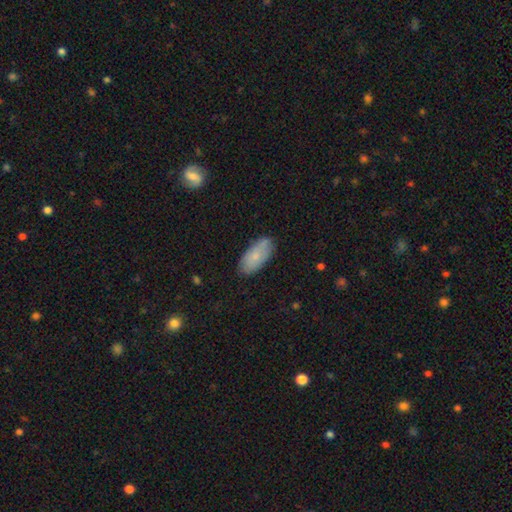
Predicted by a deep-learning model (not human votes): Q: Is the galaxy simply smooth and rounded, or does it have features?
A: smooth — 77%.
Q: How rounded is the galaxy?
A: in between — 91%.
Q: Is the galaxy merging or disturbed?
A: none — 79%.